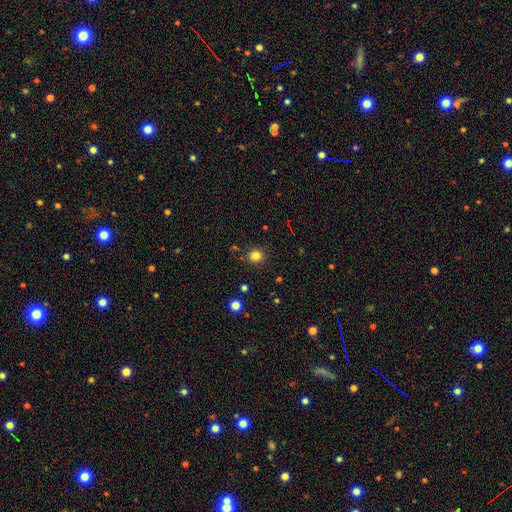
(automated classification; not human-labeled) A smooth galaxy with no disk features (82%) that is round (90%). Merging: none (89%).